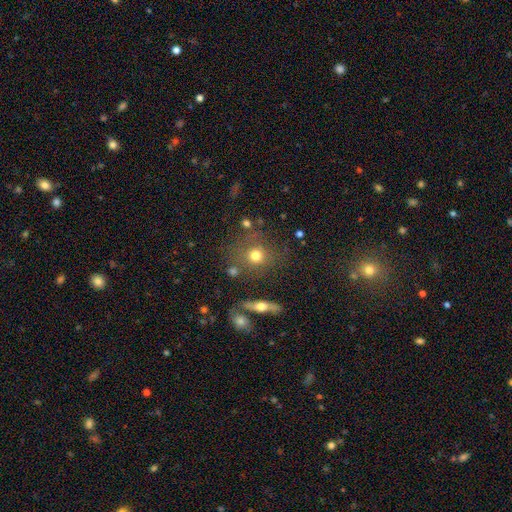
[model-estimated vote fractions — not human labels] Q: Smooth or featured?
A: smooth (71%); runner-up: star or artifact (15%)
Q: How rounded?
A: round (83%); runner-up: in between (15%)
Q: Merging?
A: none (73%); runner-up: minor disturbance (12%)